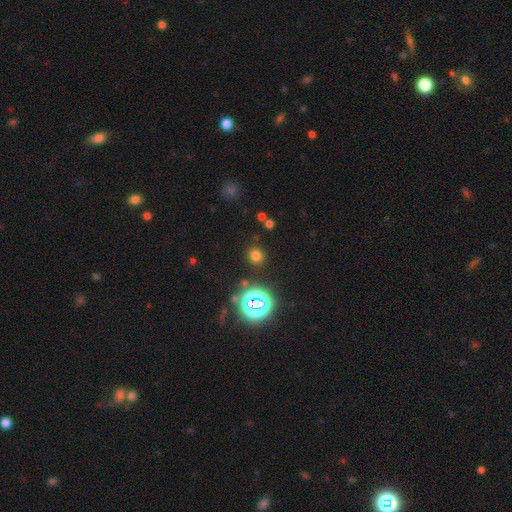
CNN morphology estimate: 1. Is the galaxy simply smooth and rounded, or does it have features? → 67% smooth, 27% star or artifact, 6% featured or disk.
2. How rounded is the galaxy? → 84% round, 15% in between, 1% cigar-shaped.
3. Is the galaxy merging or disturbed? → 87% none, 7% minor disturbance, 3% major disturbance, 3% merger.